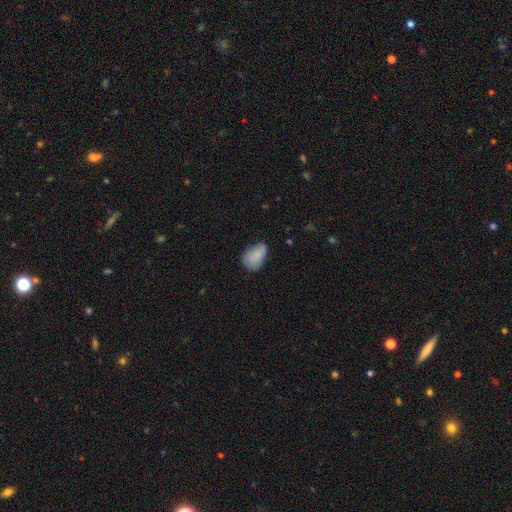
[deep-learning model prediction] The model was most divided on "merging": none: 52%, minor disturbance: 37%, major disturbance: 10%, merger: 2%. More confident: how rounded — in between (86%); smooth or featured — smooth (82%).